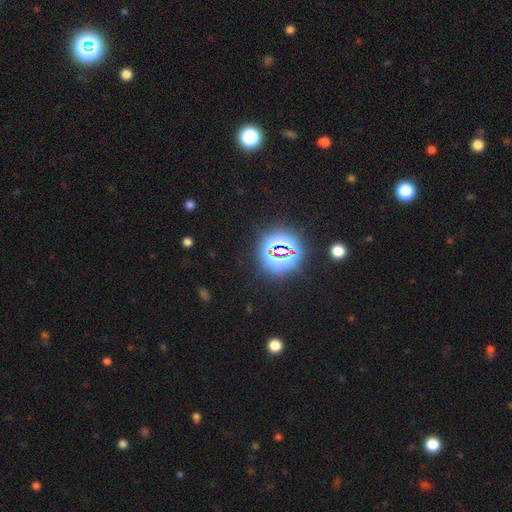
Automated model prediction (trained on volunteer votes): Overall: star or artifact (82%).